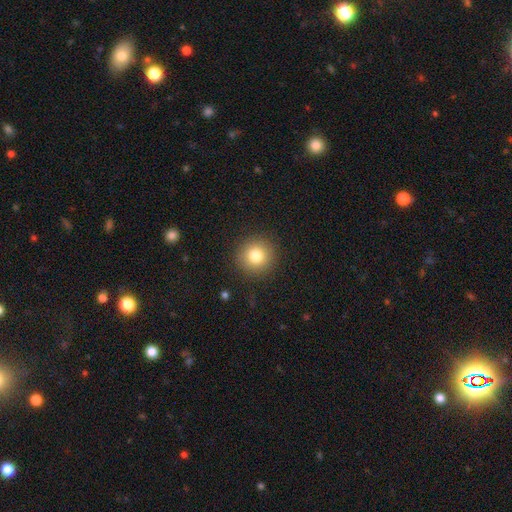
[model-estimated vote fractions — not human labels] Smooth or featured: smooth — 81% (star or artifact — 11%)
How rounded: round — 94% (in between — 5%)
Merging: none — 90% (minor disturbance — 6%)